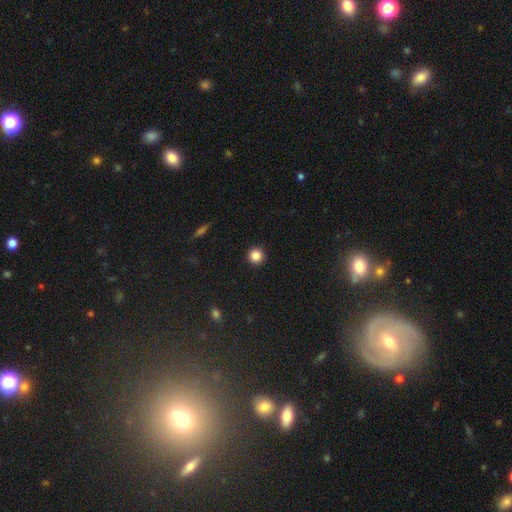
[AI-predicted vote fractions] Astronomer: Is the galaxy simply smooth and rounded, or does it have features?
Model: smooth — 86%.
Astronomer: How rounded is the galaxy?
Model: round — 96%.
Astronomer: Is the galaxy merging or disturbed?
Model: none — 93%.